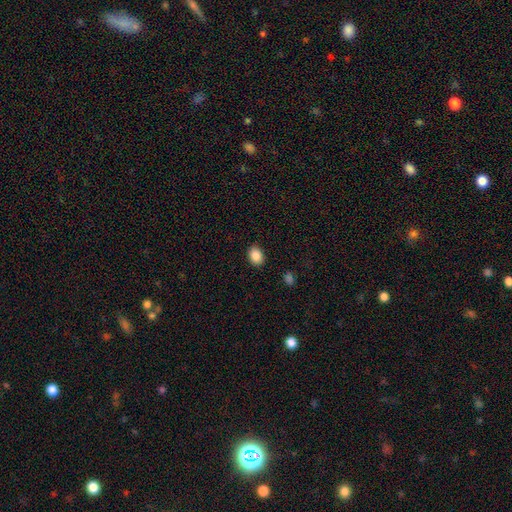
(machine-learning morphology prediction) A smooth galaxy with no disk features (88%) that is in between round and cigar-shaped (68%).

Vote fractions:
- Smooth or featured? smooth: 88% / star or artifact: 8% / featured or disk: 4%
- How rounded? in between: 68% / round: 31% / cigar-shaped: 1%
- Merging? none: 88% / minor disturbance: 9% / major disturbance: 2% / merger: 1%